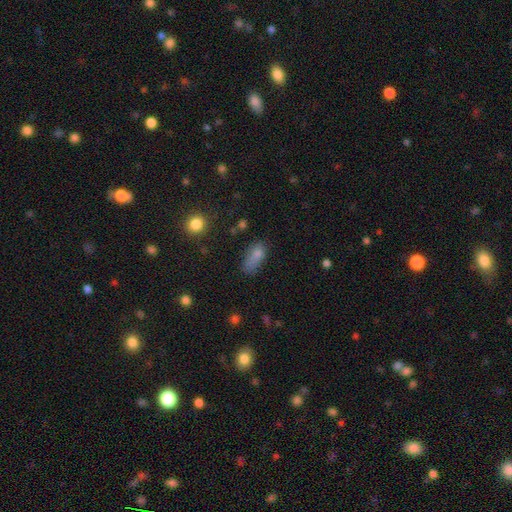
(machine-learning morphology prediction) Smooth or featured: smooth — 77% (star or artifact — 12%)
How rounded: in between — 78% (cigar-shaped — 15%)
Merging: none — 42% (minor disturbance — 30%)